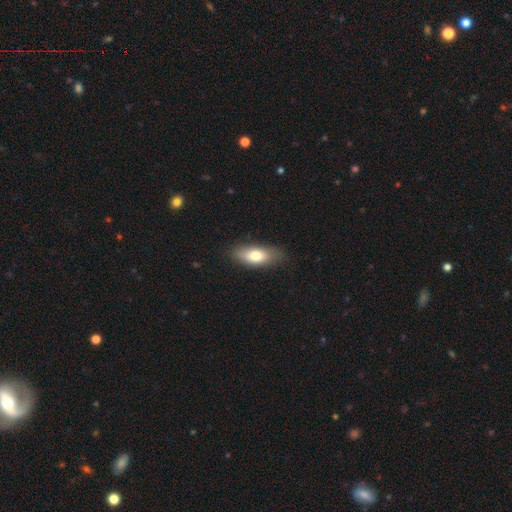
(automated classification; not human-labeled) The model was most divided on "smooth or featured": smooth: 74%, featured or disk: 19%, star or artifact: 7%. More confident: merging — none (81%); how rounded — in between (79%).